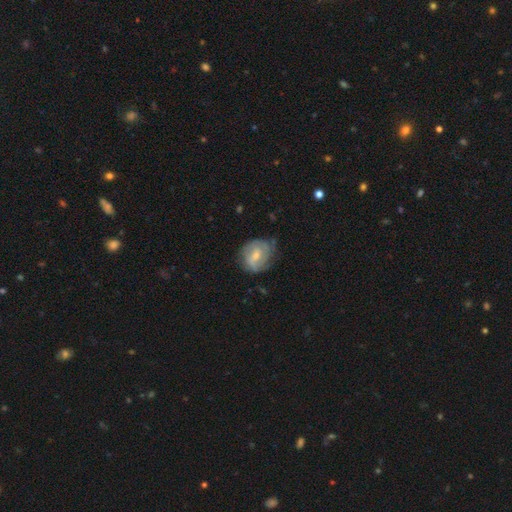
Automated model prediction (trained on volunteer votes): Q: Smooth or featured?
A: featured or disk (59%); runner-up: smooth (34%)
Q: Edge-on disk?
A: no (97%); runner-up: yes (3%)
Q: Bar?
A: weak (54%); runner-up: no (33%)
Q: Spiral arms?
A: yes (80%); runner-up: no (20%)
Q: Bulge size?
A: small (47%); runner-up: moderate (45%)
Q: Merging?
A: none (59%); runner-up: minor disturbance (29%)